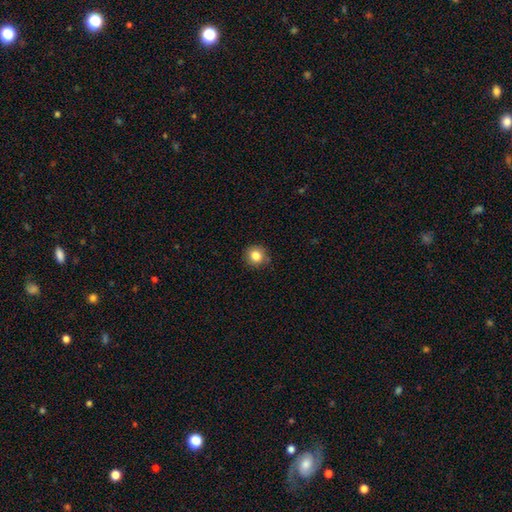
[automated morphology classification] type=smooth (82%); roundness=round (89%); merging=none (82%).